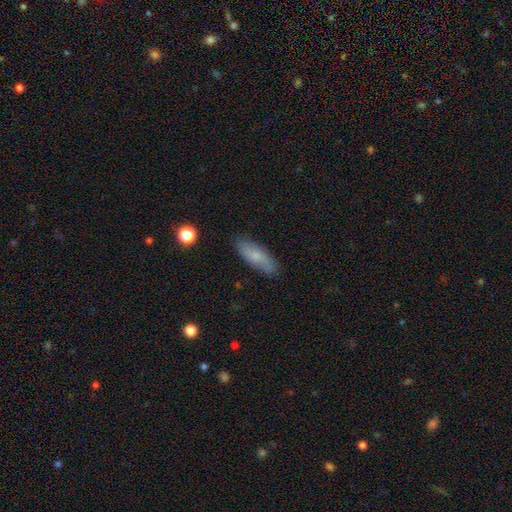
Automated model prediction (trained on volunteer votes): A smooth galaxy with no disk features (67%) that is in between round and cigar-shaped (61%).

Vote fractions:
- Smooth or featured? smooth: 67% / featured or disk: 26% / star or artifact: 7%
- How rounded? in between: 61% / cigar-shaped: 37% / round: 3%
- Merging? none: 83% / minor disturbance: 13% / major disturbance: 3% / merger: 1%